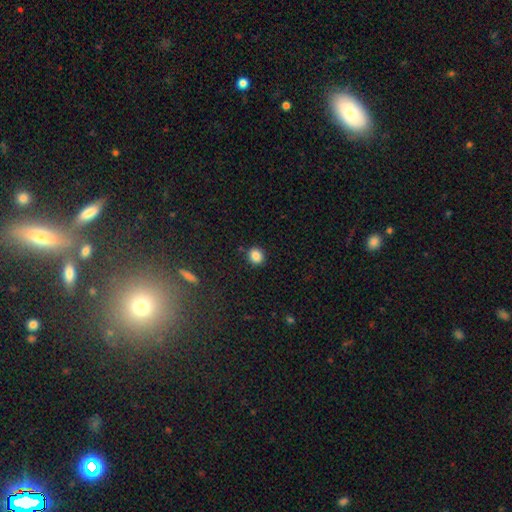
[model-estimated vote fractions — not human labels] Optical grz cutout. It shows a smooth galaxy with no disk features (86%) that is round (77%). Merging: none (87%).